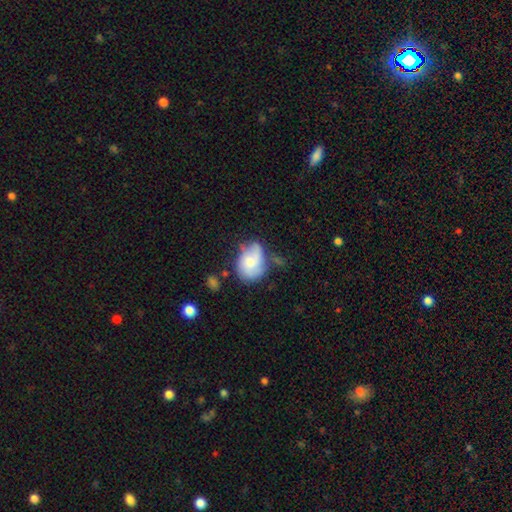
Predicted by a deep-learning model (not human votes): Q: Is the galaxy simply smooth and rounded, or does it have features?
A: smooth — 55%.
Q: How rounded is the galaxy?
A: in between — 65%.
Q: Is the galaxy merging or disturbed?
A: none — 41%.